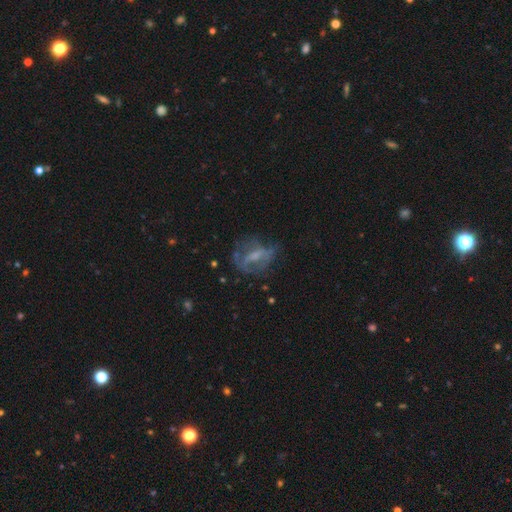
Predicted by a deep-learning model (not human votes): Smooth or featured? featured or disk (58%)
Edge-on disk? no (90%)
Bar? weak (37%, tied with no)
Spiral arms? no (60%)
Bulge size? small (31%, tied with none and moderate)
Merging? none (48%)